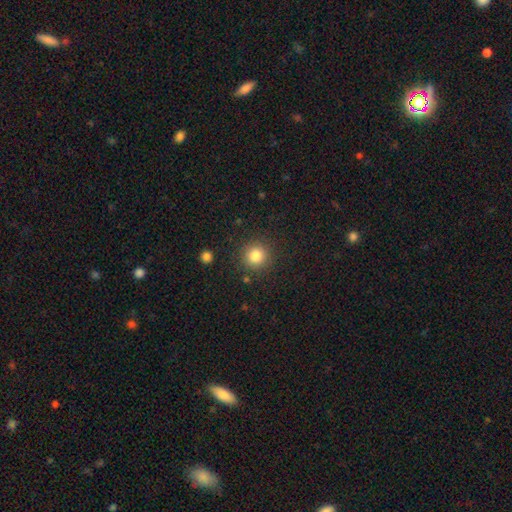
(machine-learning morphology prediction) Q: Smooth or featured?
A: smooth (83%); runner-up: star or artifact (11%)
Q: How rounded?
A: round (93%); runner-up: in between (6%)
Q: Merging?
A: none (88%); runner-up: minor disturbance (7%)